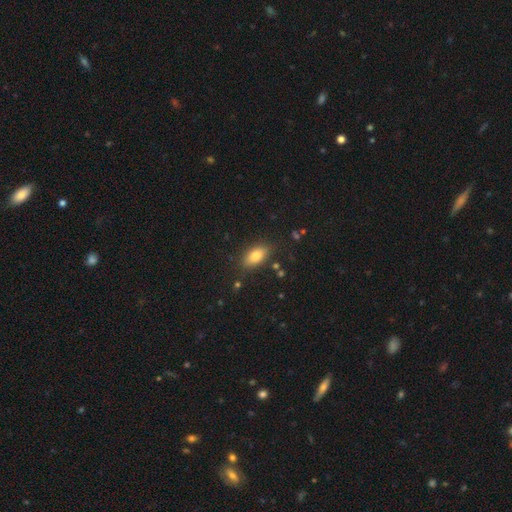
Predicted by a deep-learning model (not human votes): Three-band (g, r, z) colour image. It shows a smooth galaxy with no disk features (79%) that is in between round and cigar-shaped (86%). Merging: none (83%).